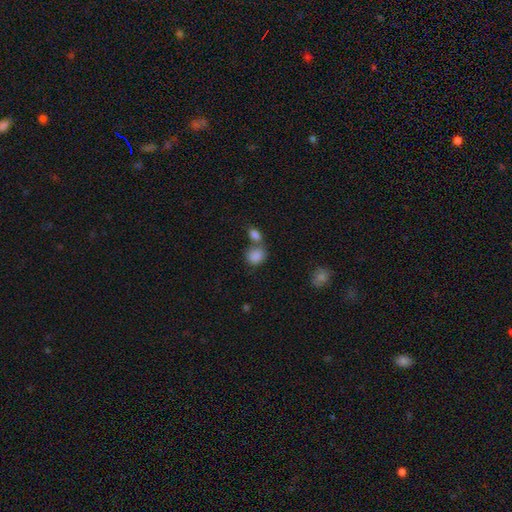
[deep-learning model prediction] The model was most divided on "merging": none: 44%, merger: 40%, minor disturbance: 11%, major disturbance: 5%. More confident: smooth or featured — smooth (86%); how rounded — round (58%).